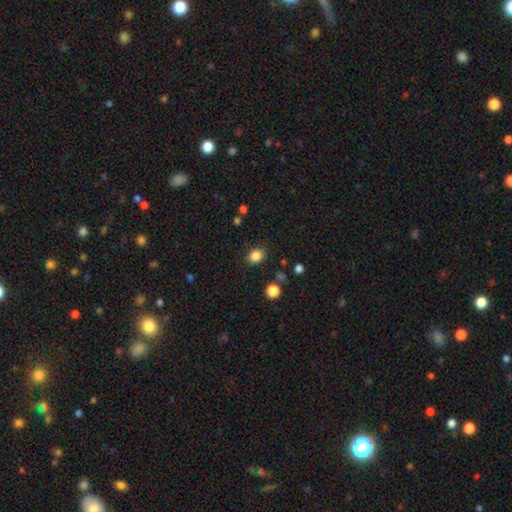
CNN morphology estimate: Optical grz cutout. It shows a smooth galaxy with no disk features (85%) that is in between round and cigar-shaped (58%). Merging: none (85%).